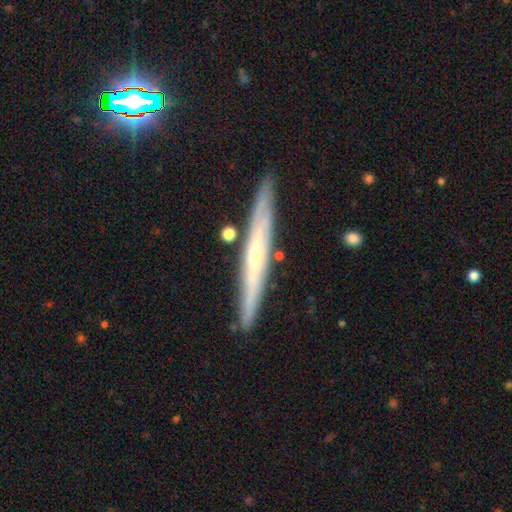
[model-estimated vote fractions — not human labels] A featured or disk galaxy (68%) viewed edge-on (93%) with a rounded central bulge (53%).

Vote fractions:
- Smooth or featured? featured or disk: 68% / smooth: 25% / star or artifact: 7%
- Edge-on disk? yes: 93% / no: 7%
- Edge-on bulge? rounded: 53% / none: 44% / boxy: 4%
- Merging? none: 88% / minor disturbance: 9% / merger: 2% / major disturbance: 2%